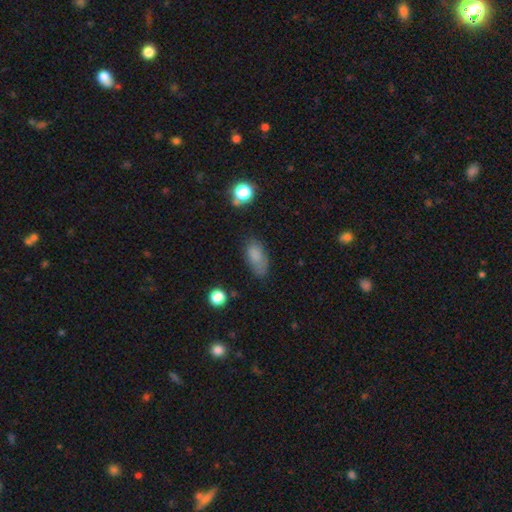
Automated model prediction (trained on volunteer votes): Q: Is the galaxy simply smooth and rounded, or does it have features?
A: smooth — 81%.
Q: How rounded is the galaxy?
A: in between — 88%.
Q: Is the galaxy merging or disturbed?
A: none — 66%.